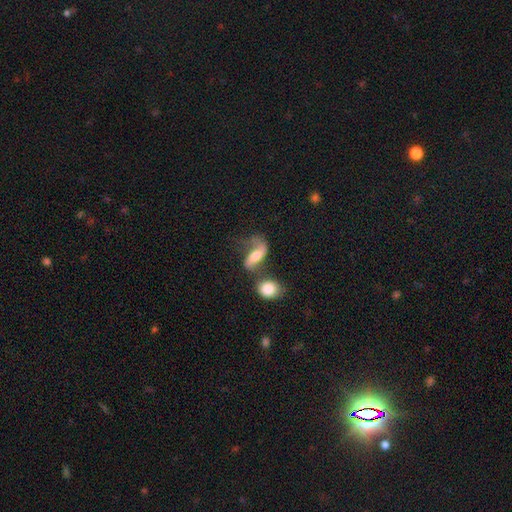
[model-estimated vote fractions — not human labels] smooth-or-featured: featured or disk: 61% | smooth: 31% | star or artifact: 8%
  disk-edge-on: no: 91% | yes: 9%
    bar: no: 39% | weak: 36% | strong: 25%
    has-spiral-arms: yes: 85% | no: 15%
    bulge-size: moderate: 57% | small: 20% | large: 17% | none: 4% | dominant: 2%
  merging: none: 34% | merger: 29% | major disturbance: 19% | minor disturbance: 17%